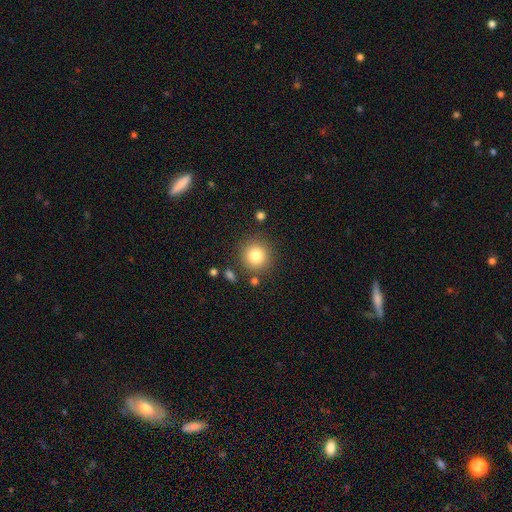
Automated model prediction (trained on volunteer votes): A smooth galaxy with no disk features (81%) that is round (94%). Merging: none (85%).